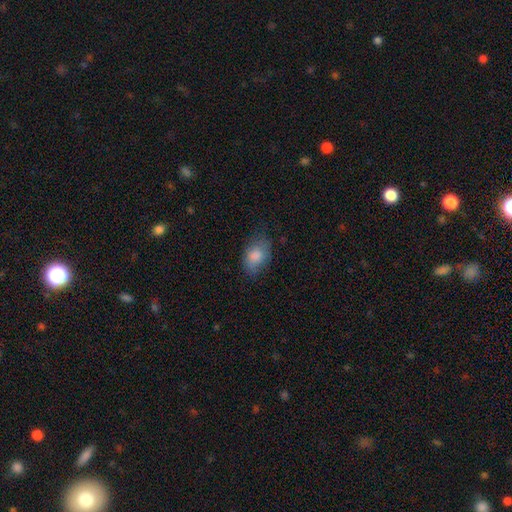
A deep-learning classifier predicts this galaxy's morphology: Smooth or featured? Predicted: smooth (p=0.83). How rounded? Predicted: in between (p=0.85). Merging? Predicted: none (p=0.66).